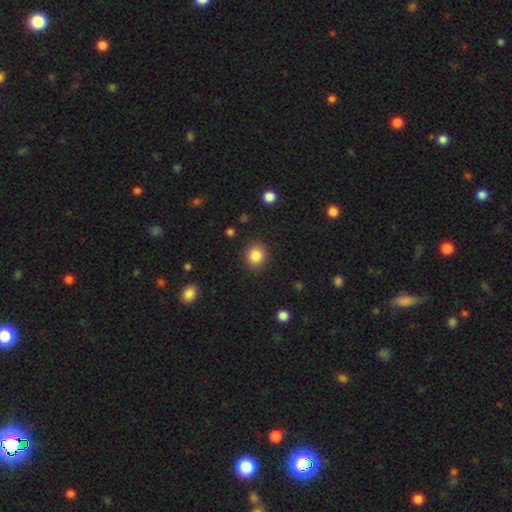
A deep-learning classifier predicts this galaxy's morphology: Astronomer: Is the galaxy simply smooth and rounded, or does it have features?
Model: smooth — 86%.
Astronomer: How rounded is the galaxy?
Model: round — 82%.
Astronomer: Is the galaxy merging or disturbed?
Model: none — 89%.